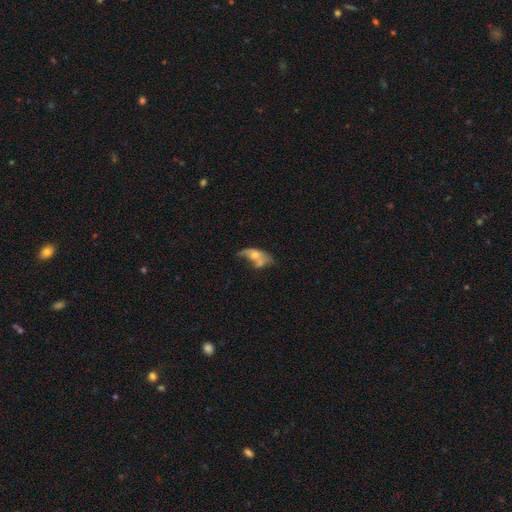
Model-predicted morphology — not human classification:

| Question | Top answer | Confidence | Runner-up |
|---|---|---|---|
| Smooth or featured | smooth | 46% | featured or disk (45%) |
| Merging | merger | 31% | major disturbance (27%) |